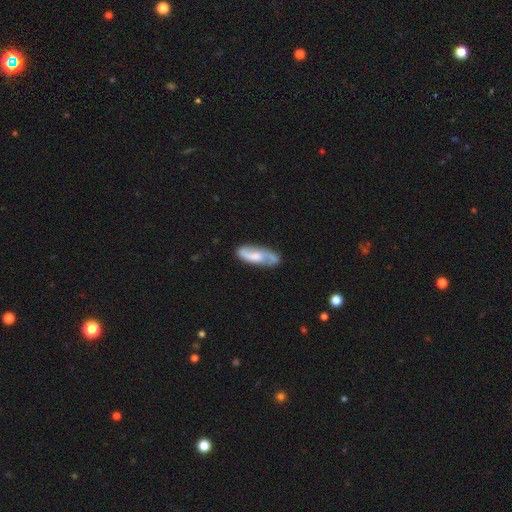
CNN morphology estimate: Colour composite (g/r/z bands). It shows a featured or disk galaxy (67%) with no bar (51%), 2 (85%) medium (42%) spiral arms (92%) and a moderate central bulge (45%). Merging: none (75%).